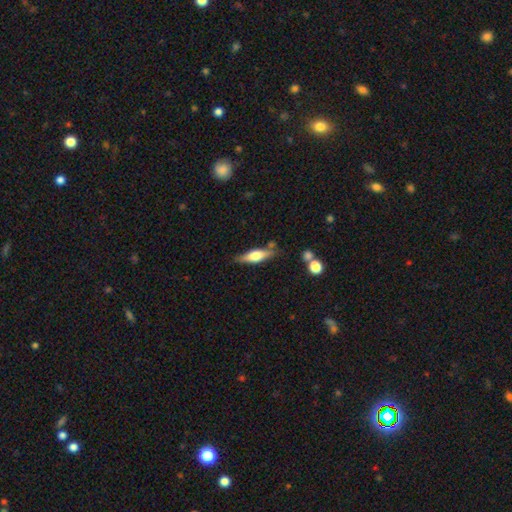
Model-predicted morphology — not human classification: Overall: smooth (49%; featured or disk 45%). Merging: none (74%).